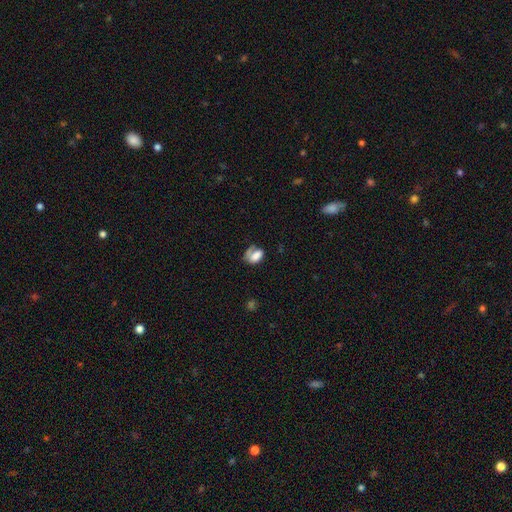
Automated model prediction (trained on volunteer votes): This appears to be a smooth galaxy with no disk features (72%) that is in between round and cigar-shaped (81%). Merging: none (42%).